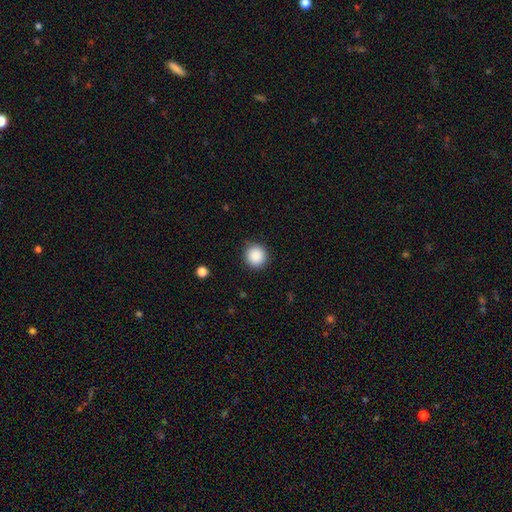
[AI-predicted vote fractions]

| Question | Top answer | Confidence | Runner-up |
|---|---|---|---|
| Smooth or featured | smooth | 88% | star or artifact (9%) |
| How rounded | round | 94% | in between (5%) |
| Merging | none | 89% | minor disturbance (7%) |